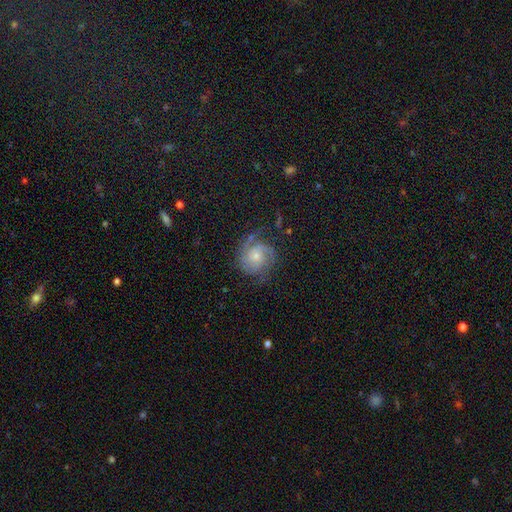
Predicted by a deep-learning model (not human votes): Q: Smooth or featured?
A: featured or disk (79%); runner-up: smooth (14%)
Q: Edge-on disk?
A: no (98%); runner-up: yes (2%)
Q: Bar?
A: no (73%); runner-up: weak (23%)
Q: Spiral arms?
A: yes (95%); runner-up: no (5%)
Q: Spiral winding?
A: medium (43%); runner-up: tight (40%)
Q: Spiral arm count?
A: 2 (48%); runner-up: 3 (20%)
Q: Bulge size?
A: small (62%); runner-up: moderate (30%)
Q: Merging?
A: none (61%); runner-up: minor disturbance (20%)